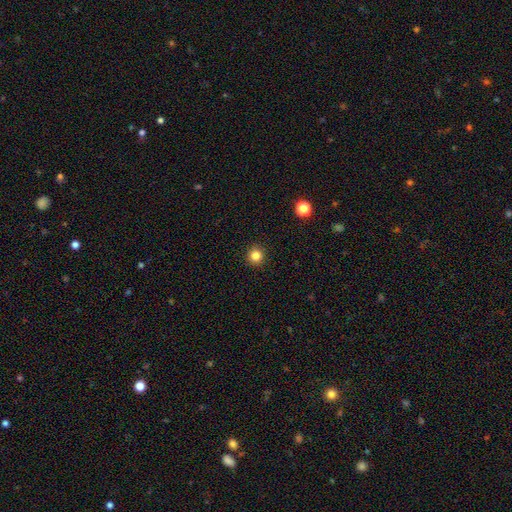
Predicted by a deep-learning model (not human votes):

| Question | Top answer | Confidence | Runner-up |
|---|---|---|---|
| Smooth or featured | smooth | 83% | star or artifact (13%) |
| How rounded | round | 94% | in between (5%) |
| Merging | none | 93% | minor disturbance (5%) |